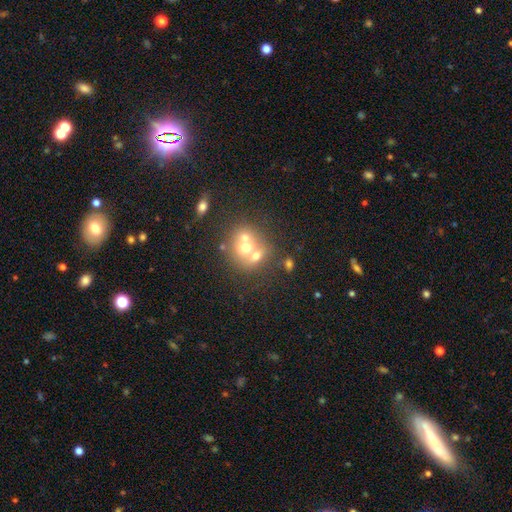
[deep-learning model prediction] Smooth or featured?
  - smooth: 57% *
  - featured or disk: 30%
  - star or artifact: 13%
How rounded?
  - round: 72% *
  - in between: 27%
  - cigar-shaped: 1%
Merging?
  - merger: 59% *
  - none: 30%
  - minor disturbance: 7%
  - major disturbance: 4%